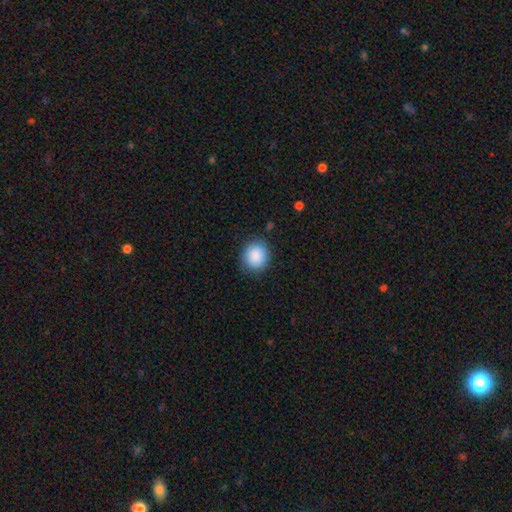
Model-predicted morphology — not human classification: smooth_or_featured: smooth (p=0.88) [alt: star or artifact p=0.07]
how_rounded: round (p=0.78) [alt: in between p=0.21]
merging: none (p=0.85) [alt: minor disturbance p=0.11]